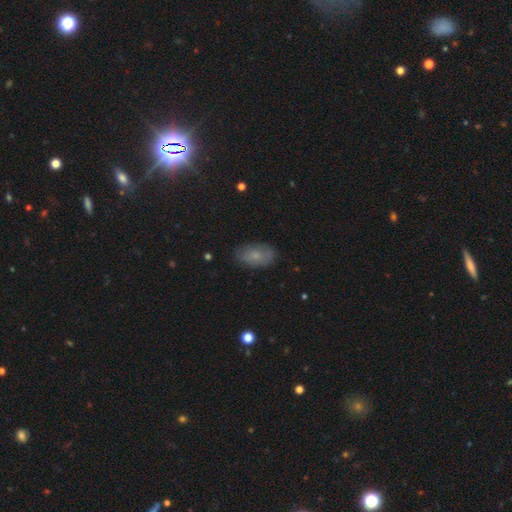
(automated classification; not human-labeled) Smooth or featured?
  - smooth: 69% *
  - featured or disk: 22%
  - star or artifact: 10%
How rounded?
  - in between: 91% *
  - round: 6%
  - cigar-shaped: 3%
Merging?
  - none: 79% *
  - minor disturbance: 16%
  - major disturbance: 4%
  - merger: 1%